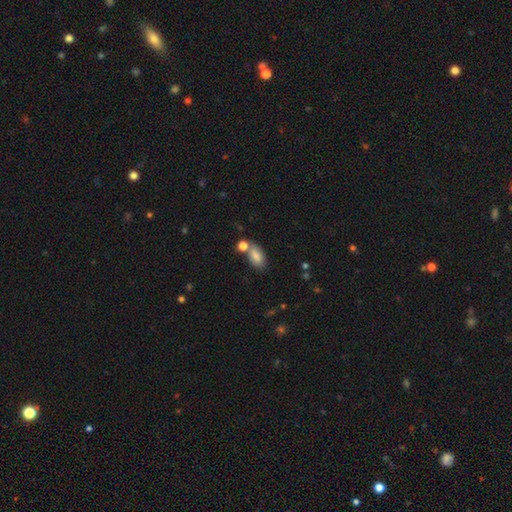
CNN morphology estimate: A smooth galaxy with no disk features (80%) that is in between round and cigar-shaped (90%).

Vote fractions:
- Smooth or featured? smooth: 80% / featured or disk: 11% / star or artifact: 8%
- How rounded? in between: 90% / round: 6% / cigar-shaped: 4%
- Merging? none: 54% / merger: 25% / minor disturbance: 16% / major disturbance: 5%